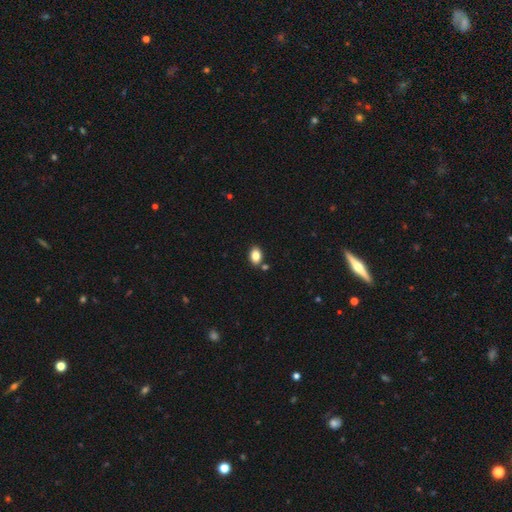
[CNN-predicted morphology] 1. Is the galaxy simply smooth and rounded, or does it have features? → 85% smooth, 9% star or artifact, 6% featured or disk.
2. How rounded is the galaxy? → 83% in between, 15% round, 1% cigar-shaped.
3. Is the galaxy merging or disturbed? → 80% none, 10% minor disturbance, 7% merger, 2% major disturbance.